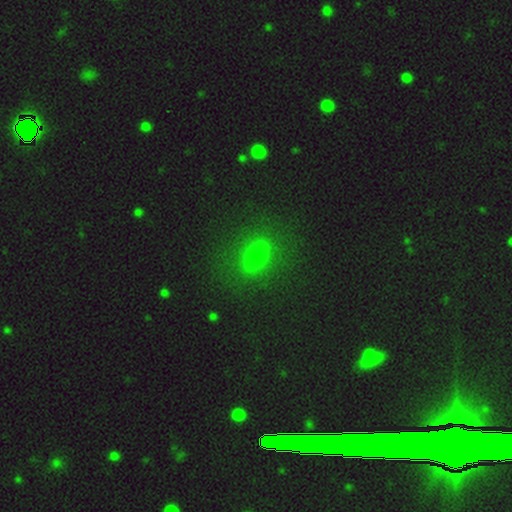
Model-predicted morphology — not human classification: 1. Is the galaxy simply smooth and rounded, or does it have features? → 68% smooth, 21% star or artifact, 10% featured or disk.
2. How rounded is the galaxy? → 60% in between, 35% round, 5% cigar-shaped.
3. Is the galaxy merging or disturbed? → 81% none, 12% minor disturbance, 5% major disturbance, 2% merger.